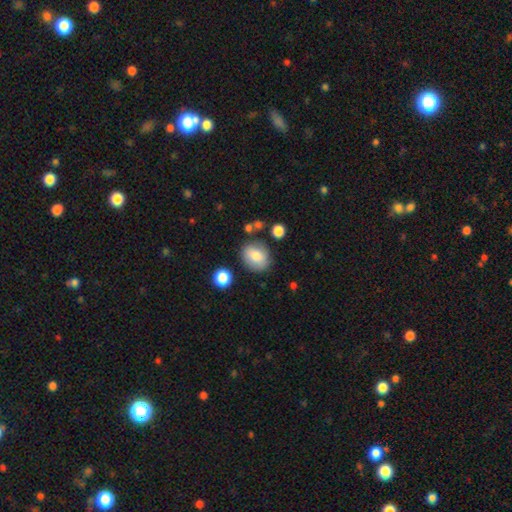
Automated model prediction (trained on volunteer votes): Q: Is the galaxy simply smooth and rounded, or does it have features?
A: smooth — 78%.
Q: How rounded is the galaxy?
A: round — 52%.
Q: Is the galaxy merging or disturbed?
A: none — 77%.